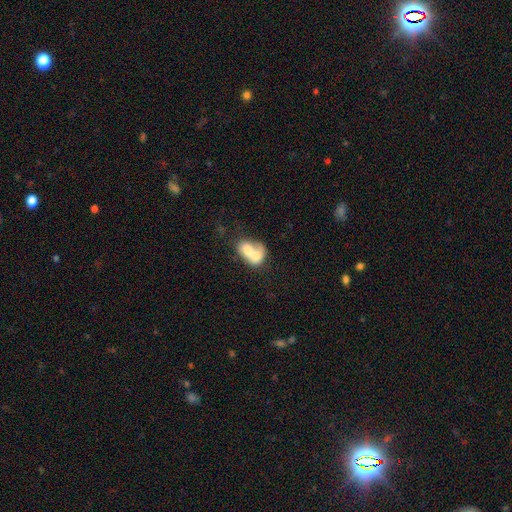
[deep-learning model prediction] Smooth or featured? smooth (63%)
How rounded? in between (71%)
Merging? merger (77%)